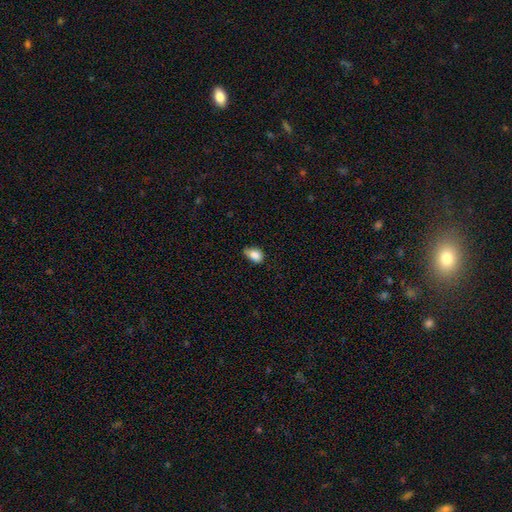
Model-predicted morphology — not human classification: This is clearly a smooth galaxy (85%). How rounded: likely in between (80%). Merging: possibly none (47%).